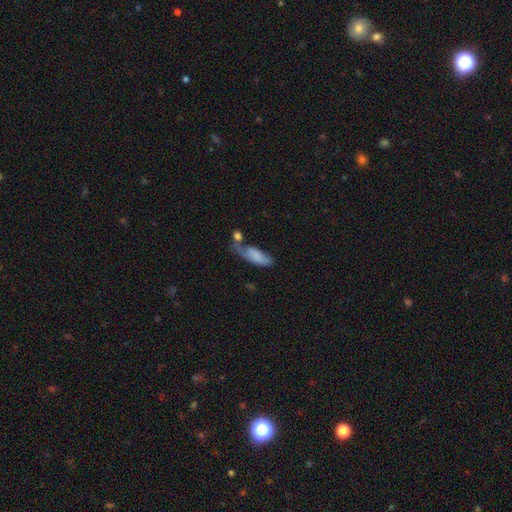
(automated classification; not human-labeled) A smooth galaxy with no disk features (67%) that is in between round and cigar-shaped (70%). Merging: merger (30%).